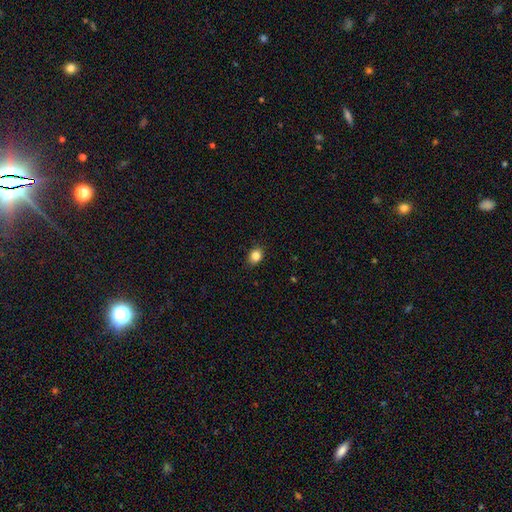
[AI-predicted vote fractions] Smooth or featured?
  - smooth: 85% *
  - star or artifact: 10%
  - featured or disk: 5%
How rounded?
  - in between: 52% *
  - round: 47%
  - cigar-shaped: 1%
Merging?
  - none: 88% *
  - minor disturbance: 9%
  - major disturbance: 2%
  - merger: 1%